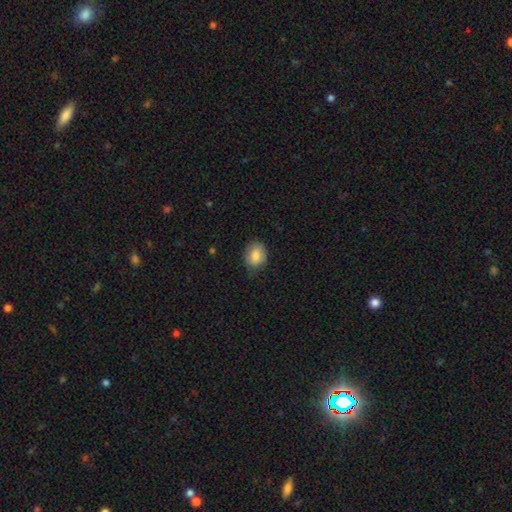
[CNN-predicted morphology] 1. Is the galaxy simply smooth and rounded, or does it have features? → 84% smooth, 8% featured or disk, 7% star or artifact.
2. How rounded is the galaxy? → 58% in between, 41% round, 1% cigar-shaped.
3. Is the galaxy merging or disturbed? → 72% none, 22% minor disturbance, 5% major disturbance, 1% merger.